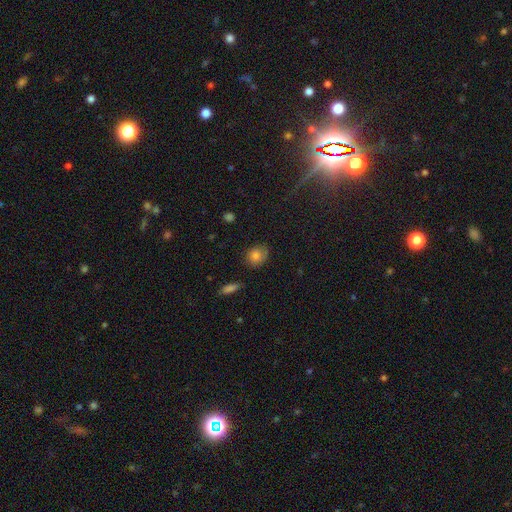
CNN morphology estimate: Smooth or featured?
  - smooth: 81% *
  - star or artifact: 10%
  - featured or disk: 8%
How rounded?
  - round: 60% *
  - in between: 39%
  - cigar-shaped: 2%
Merging?
  - none: 76% *
  - minor disturbance: 19%
  - major disturbance: 3%
  - merger: 2%